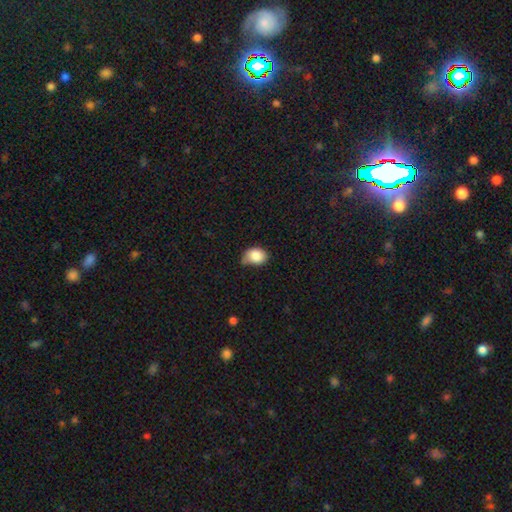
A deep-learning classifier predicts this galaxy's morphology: This is clearly a smooth galaxy (86%). How rounded: possibly in between (59%). Merging: marginally none (44%).